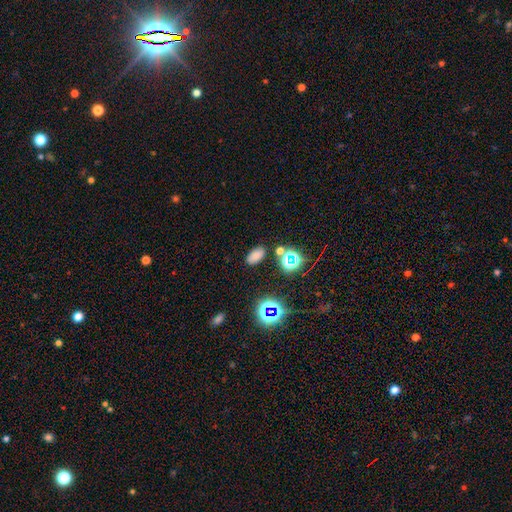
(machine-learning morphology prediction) type=smooth (72%); roundness=in between (91%); merging=none (84%).